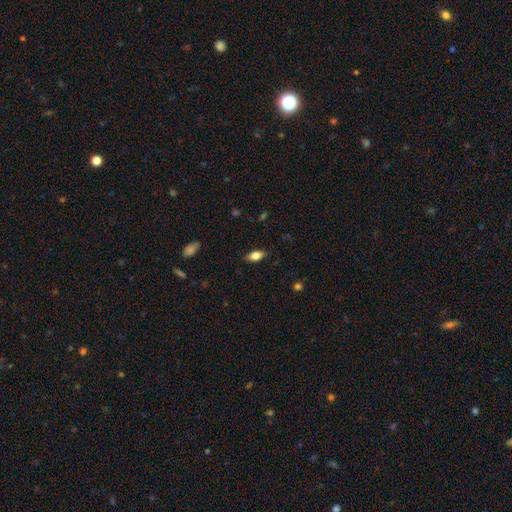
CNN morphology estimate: Smooth or featured? smooth (71%)
How rounded? in between (83%)
Merging? none (85%)